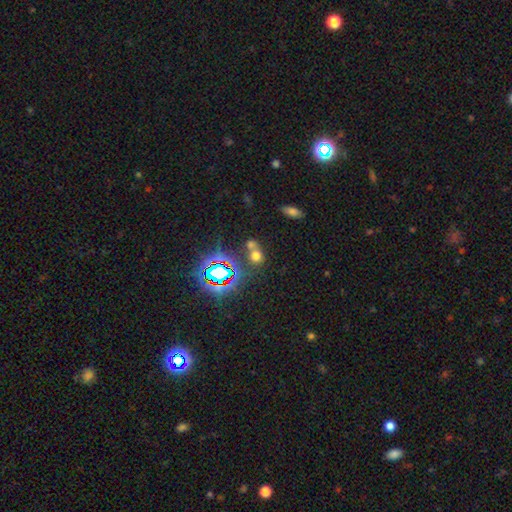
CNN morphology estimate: smooth 55%, star or artifact 34%, featured or disk 10%. Down the decision tree: how rounded — round (68%); merging — none (47%).